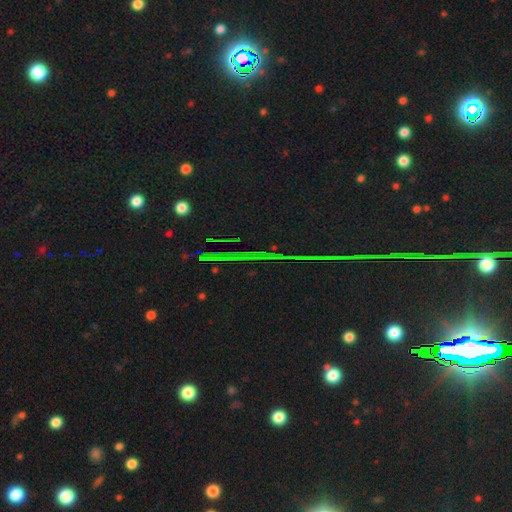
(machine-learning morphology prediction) Smooth or featured? star or artifact (84%)